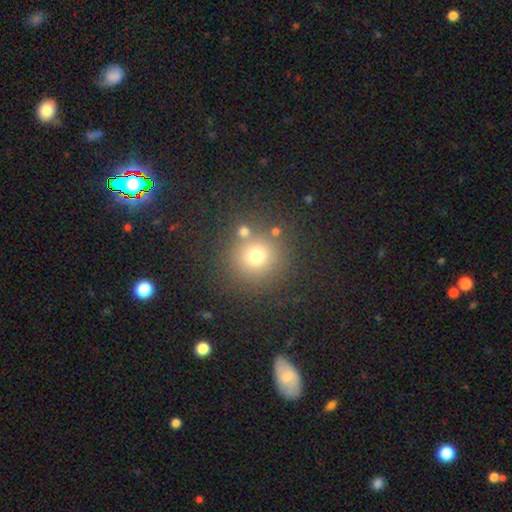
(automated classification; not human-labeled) Smooth or featured? smooth (70%)
How rounded? round (93%)
Merging? none (77%)